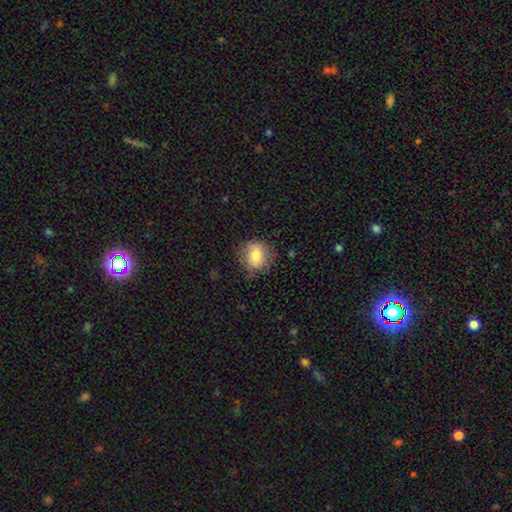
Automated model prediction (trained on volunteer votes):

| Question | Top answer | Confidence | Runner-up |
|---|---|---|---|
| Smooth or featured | smooth | 79% | featured or disk (12%) |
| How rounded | round | 75% | in between (24%) |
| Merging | none | 74% | minor disturbance (19%) |